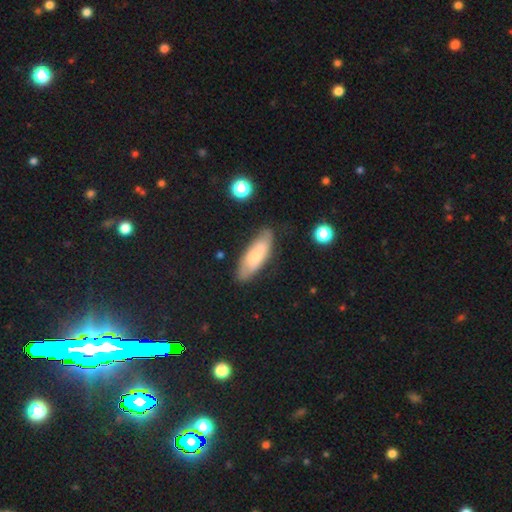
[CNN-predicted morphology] This appears to be a smooth galaxy with no disk features (64%) that is in between round and cigar-shaped (63%). Merging: none (77%).